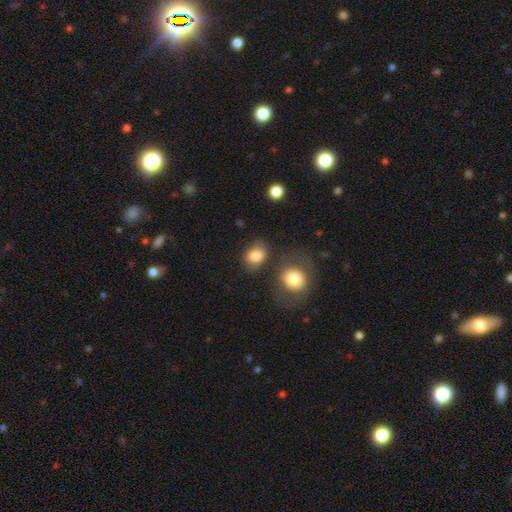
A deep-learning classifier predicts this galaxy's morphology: Smooth or featured? Predicted: smooth (p=0.83). How rounded? Predicted: in between (p=0.59). Merging? Predicted: none (p=0.67).